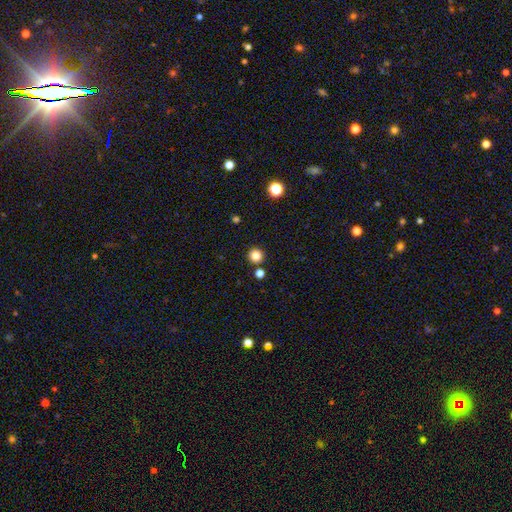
Overall: smooth (90%). How rounded: round (97%). Merging: none (97%).